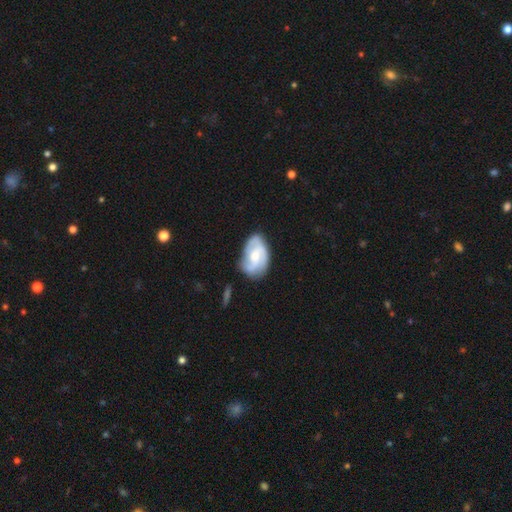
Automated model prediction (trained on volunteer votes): Smooth or featured? featured or disk (72%)
Edge-on disk? no (97%)
Bar? no (54%)
Spiral arms? yes (92%)
Spiral winding? medium (46%)
Spiral arm count? 3 (40%)
Bulge size? moderate (50%)
Merging? none (64%)